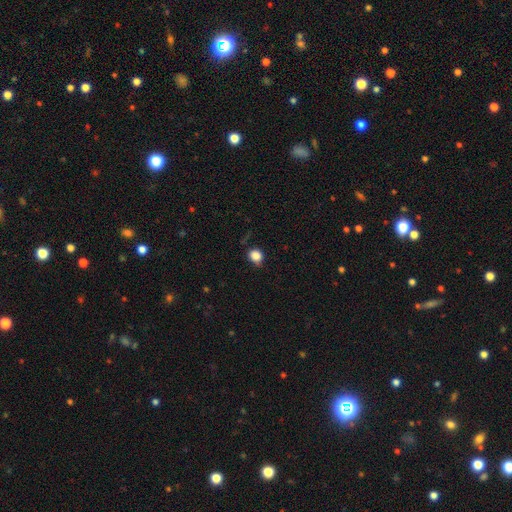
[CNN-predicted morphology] smooth-or-featured: smooth: 84% | star or artifact: 11% | featured or disk: 6%
  how-rounded: round: 70% | in between: 29% | cigar-shaped: 1%
  merging: none: 70% | minor disturbance: 23% | major disturbance: 5% | merger: 2%